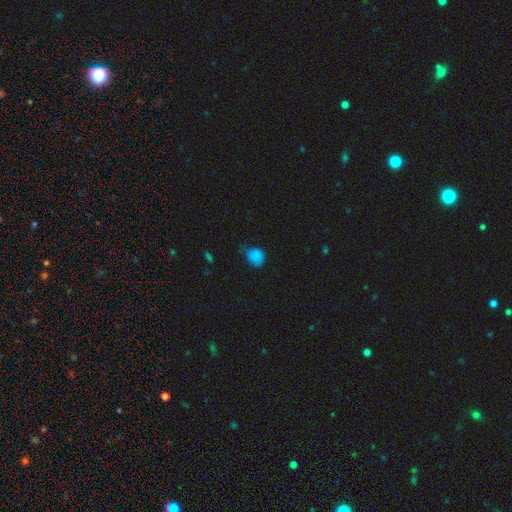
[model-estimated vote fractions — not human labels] Smooth or featured? Predicted: smooth (p=0.82). How rounded? Predicted: round (p=0.61). Merging? Predicted: none (p=0.48).